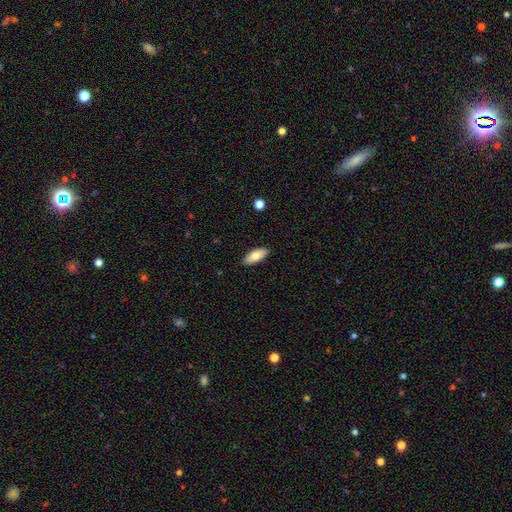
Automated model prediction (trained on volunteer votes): The model was most divided on "smooth or featured": smooth: 77%, featured or disk: 16%, star or artifact: 6%. More confident: merging — none (89%); how rounded — in between (82%).